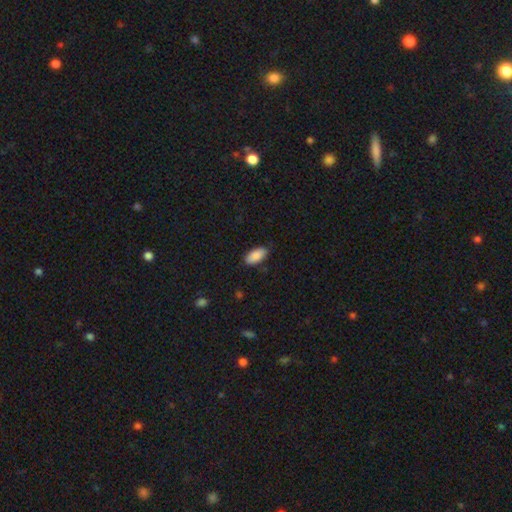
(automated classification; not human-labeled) smooth-or-featured: smooth: 88% | star or artifact: 6% | featured or disk: 5%
  how-rounded: in between: 92% | cigar-shaped: 6% | round: 2%
  merging: none: 82% | minor disturbance: 14% | major disturbance: 3% | merger: 1%